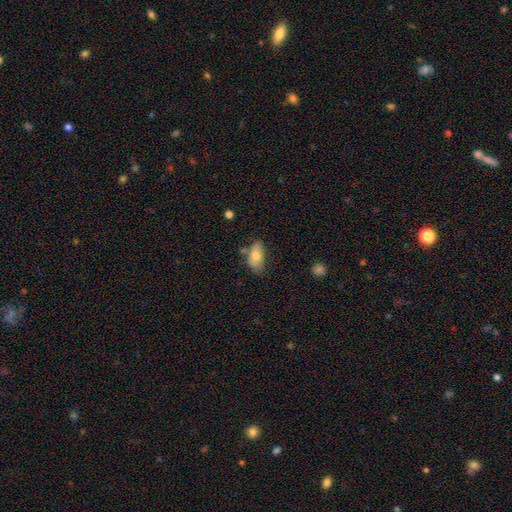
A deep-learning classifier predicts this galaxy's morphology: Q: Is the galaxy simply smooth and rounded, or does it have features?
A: smooth — 75%.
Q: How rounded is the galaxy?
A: in between — 92%.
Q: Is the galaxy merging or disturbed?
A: none — 59%.